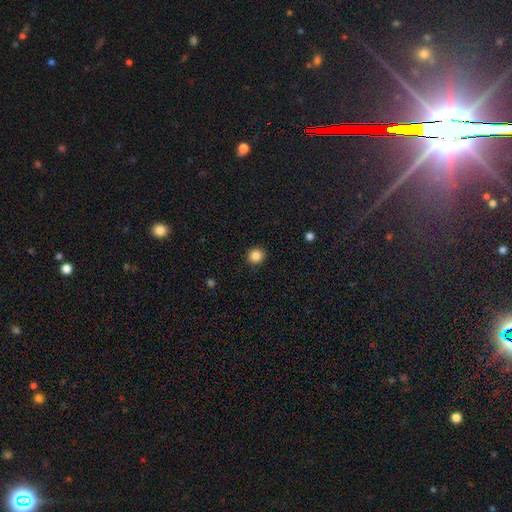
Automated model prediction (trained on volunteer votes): Smooth or featured: smooth — 85% (star or artifact — 11%)
How rounded: round — 88% (in between — 11%)
Merging: none — 91% (minor disturbance — 6%)